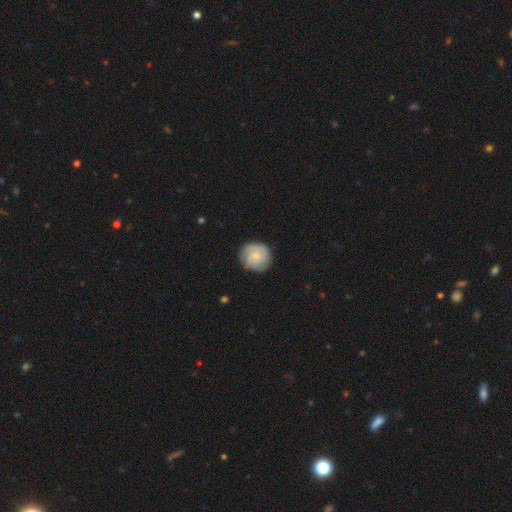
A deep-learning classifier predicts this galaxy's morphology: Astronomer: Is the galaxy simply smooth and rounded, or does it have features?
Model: smooth — 58% (runner-up: featured or disk, 36%).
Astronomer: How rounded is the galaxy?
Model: round — 90%.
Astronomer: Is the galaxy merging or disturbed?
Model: none — 81%.